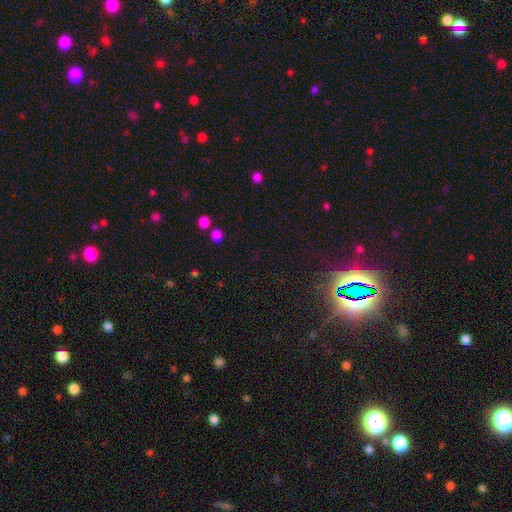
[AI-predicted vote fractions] A star or artifact, not a galaxy (49%).

Vote fractions:
- Smooth or featured? star or artifact: 49% / smooth: 44% / featured or disk: 7%